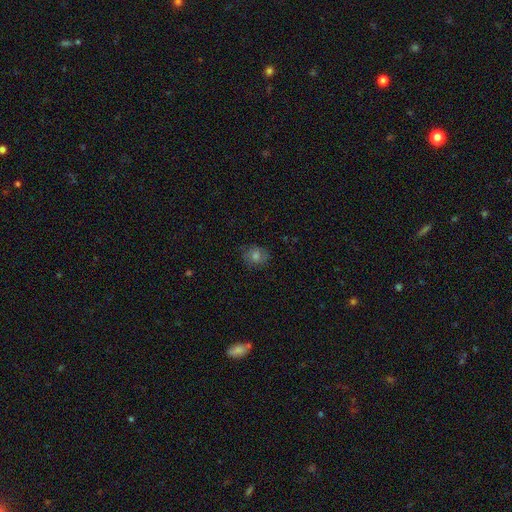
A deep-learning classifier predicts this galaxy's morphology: type=smooth (54%); roundness=round (74%); merging=none (82%).